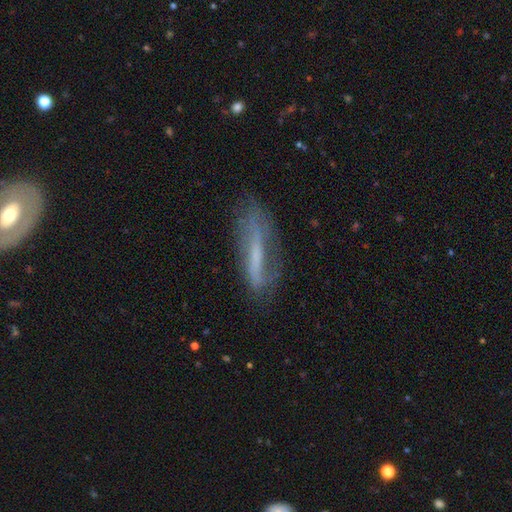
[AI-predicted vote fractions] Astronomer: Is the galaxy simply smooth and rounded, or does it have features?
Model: featured or disk — 51% (runner-up: smooth, 39%).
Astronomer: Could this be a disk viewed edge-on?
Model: no — 54% (runner-up: yes, 46%).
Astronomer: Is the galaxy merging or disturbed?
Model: none — 62%.